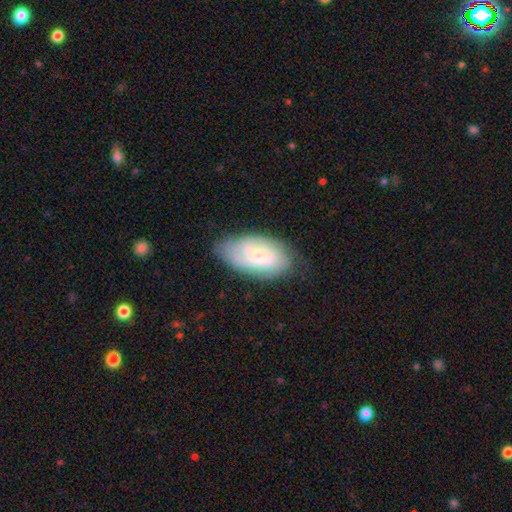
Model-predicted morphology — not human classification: type=featured or disk (59%); edge-on=no (95%); bar=no (64%); spiral arms=yes (87%); bulge=small (63%); merging=none (68%).